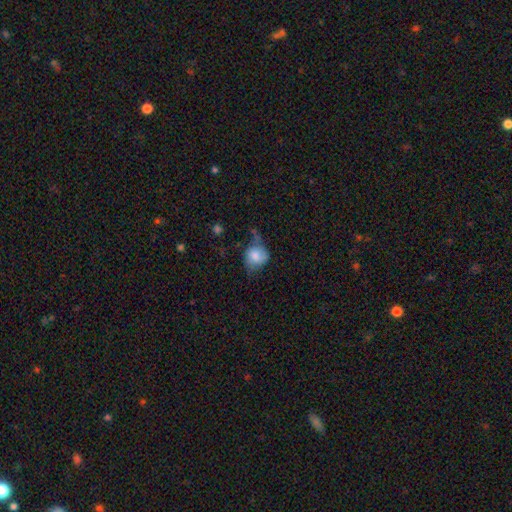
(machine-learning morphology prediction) smooth 73%, featured or disk 19%, star or artifact 8%. Down the decision tree: how rounded — round (65%); merging — none (39%).